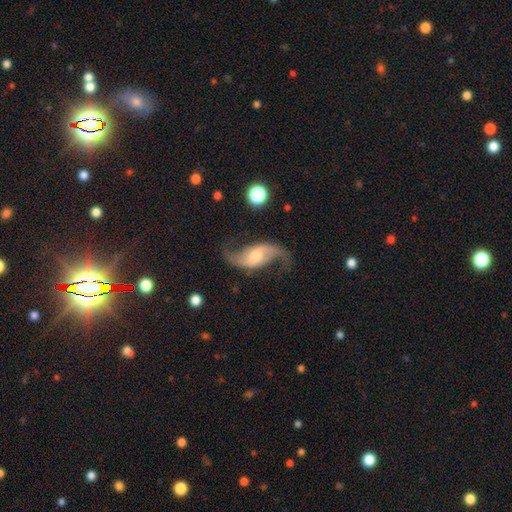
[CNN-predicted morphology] smooth_or_featured: featured or disk (p=0.88) [alt: smooth p=0.07]
disk_edge_on: no (p=0.96) [alt: yes p=0.04]
bar: weak (p=0.42) [alt: no p=0.39]
has_spiral_arms: yes (p=0.96) [alt: no p=0.04]
spiral_winding: loose (p=0.84) [alt: medium p=0.13]
spiral_arm_count: 2 (p=0.94) [alt: 1 p=0.02]
bulge_size: moderate (p=0.57) [alt: small p=0.31]
merging: none (p=0.74) [alt: minor disturbance p=0.15]